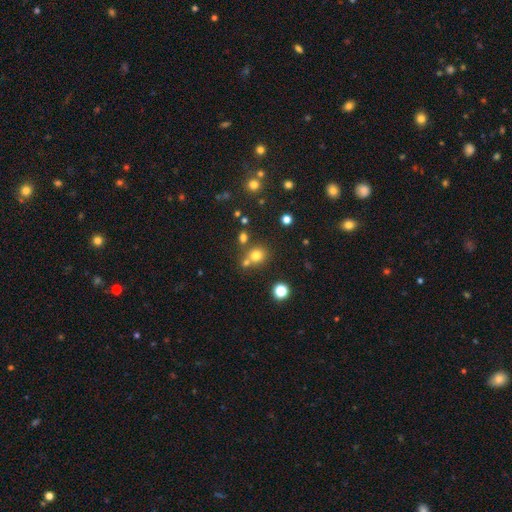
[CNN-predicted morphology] smooth 74%, star or artifact 17%, featured or disk 8%. Down the decision tree: how rounded — round (82%); merging — none (64%).